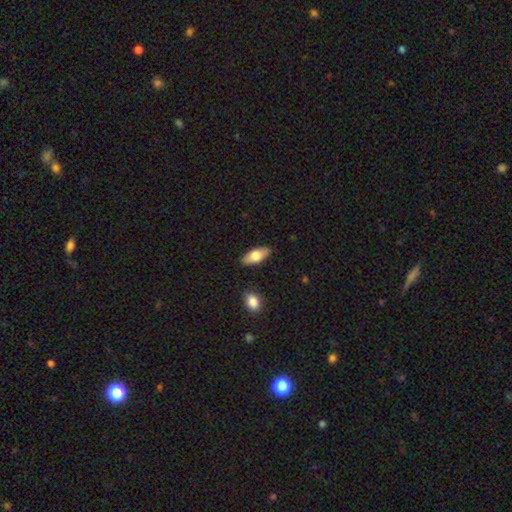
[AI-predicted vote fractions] A smooth galaxy with no disk features (70%) that is in between round and cigar-shaped (79%).

Vote fractions:
- Smooth or featured? smooth: 70% / featured or disk: 24% / star or artifact: 6%
- How rounded? in between: 79% / cigar-shaped: 18% / round: 3%
- Merging? none: 86% / minor disturbance: 10% / merger: 2% / major disturbance: 2%